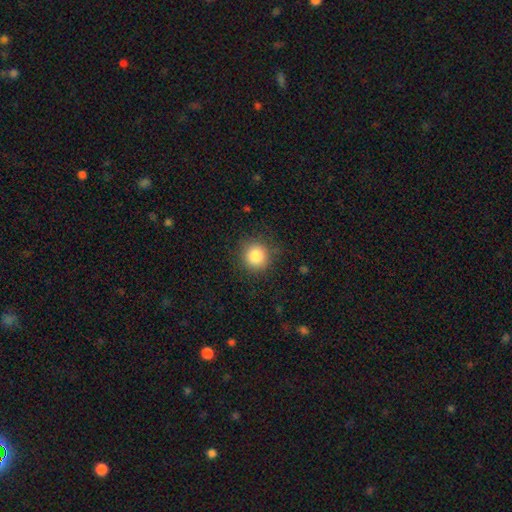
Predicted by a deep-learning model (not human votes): This is clearly a smooth galaxy (84%). How rounded: clearly round (91%). Merging: clearly none (85%).